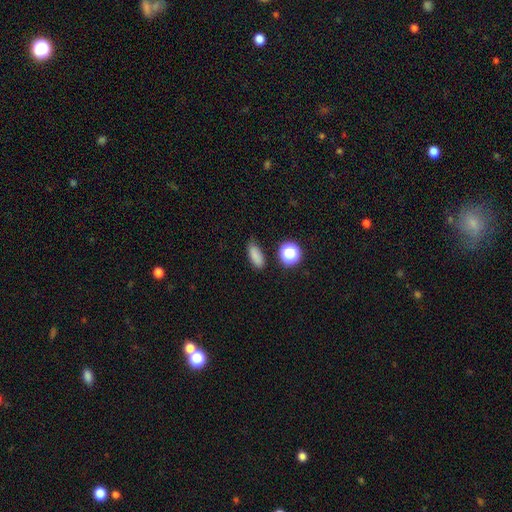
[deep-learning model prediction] A smooth galaxy with no disk features (82%) that is in between round and cigar-shaped (73%).

Vote fractions:
- Smooth or featured? smooth: 82% / star or artifact: 13% / featured or disk: 5%
- How rounded? in between: 73% / cigar-shaped: 17% / round: 10%
- Merging? none: 79% / minor disturbance: 14% / major disturbance: 3% / merger: 3%